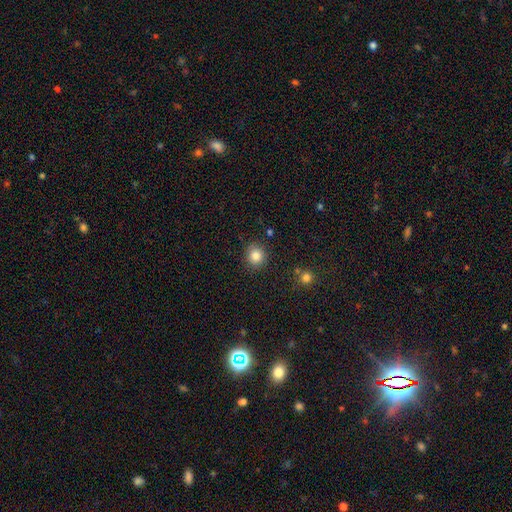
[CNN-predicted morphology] smooth_or_featured: smooth (p=0.84) [alt: star or artifact p=0.11]
how_rounded: round (p=0.90) [alt: in between p=0.09]
merging: none (p=0.88) [alt: minor disturbance p=0.08]